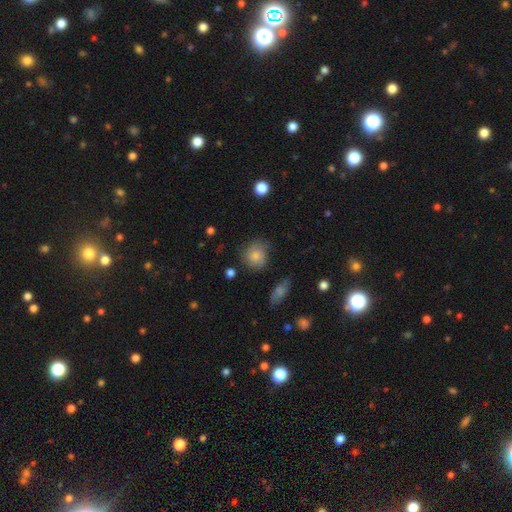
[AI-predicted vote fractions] smooth_or_featured: smooth (p=0.77) [alt: featured or disk p=0.14]
how_rounded: round (p=0.82) [alt: in between p=0.17]
merging: none (p=0.69) [alt: minor disturbance p=0.22]